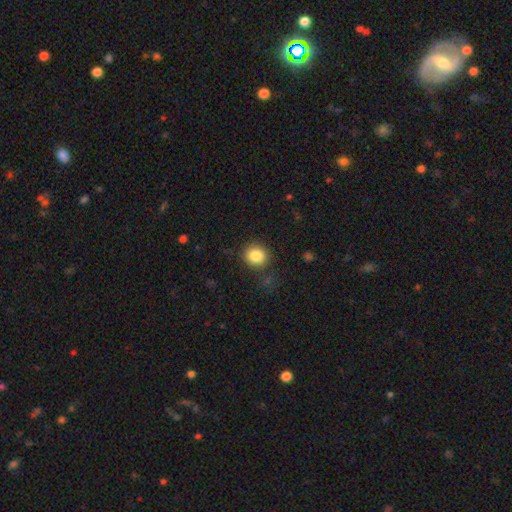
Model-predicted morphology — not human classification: smooth-or-featured: smooth: 85% | star or artifact: 10% | featured or disk: 5%
  how-rounded: round: 82% | in between: 18% | cigar-shaped: 1%
  merging: none: 83% | minor disturbance: 11% | major disturbance: 4% | merger: 2%